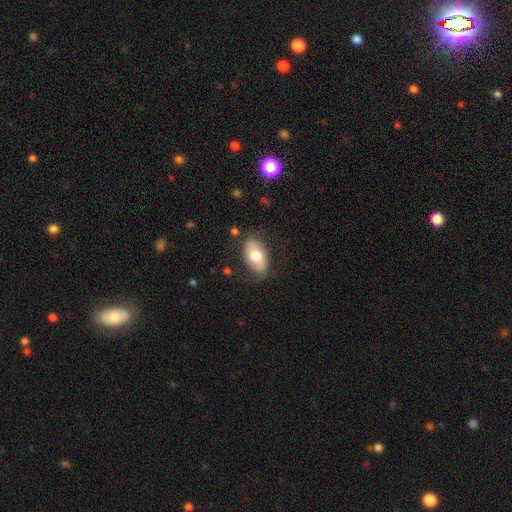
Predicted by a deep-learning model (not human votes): This appears to be a smooth galaxy with no disk features (64%) that is in between round and cigar-shaped (92%). Merging: none (80%).